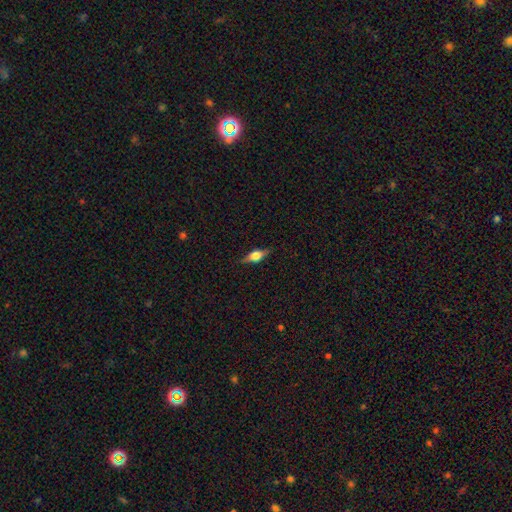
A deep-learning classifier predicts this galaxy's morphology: Smooth or featured: featured or disk — 62% (smooth — 29%)
Edge-on disk: yes — 96% (no — 4%)
Edge-on bulge: rounded — 91% (boxy — 8%)
Merging: none — 85% (minor disturbance — 11%)